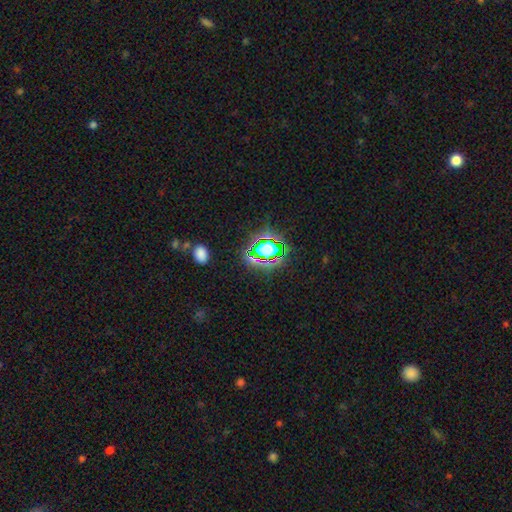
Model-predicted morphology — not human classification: smooth_or_featured: star or artifact (p=0.70) [alt: smooth p=0.21]